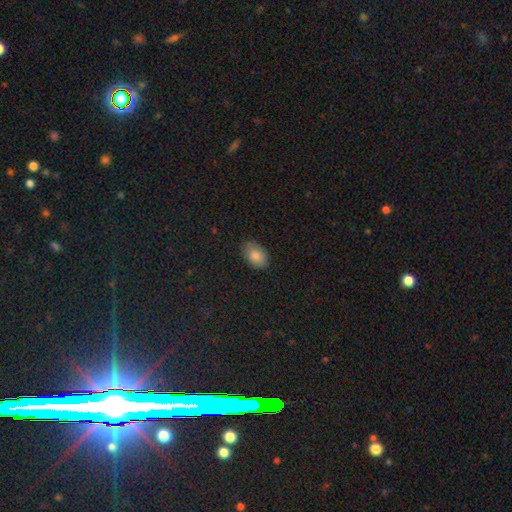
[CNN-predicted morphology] Smooth or featured: smooth — 83% (star or artifact — 8%)
How rounded: in between — 86% (round — 13%)
Merging: none — 76% (minor disturbance — 20%)